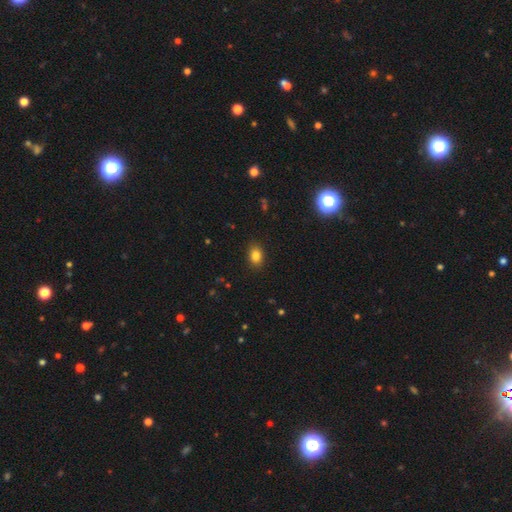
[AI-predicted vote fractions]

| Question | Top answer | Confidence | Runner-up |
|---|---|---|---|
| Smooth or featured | smooth | 84% | star or artifact (11%) |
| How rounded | in between | 71% | round (27%) |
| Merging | none | 87% | minor disturbance (10%) |